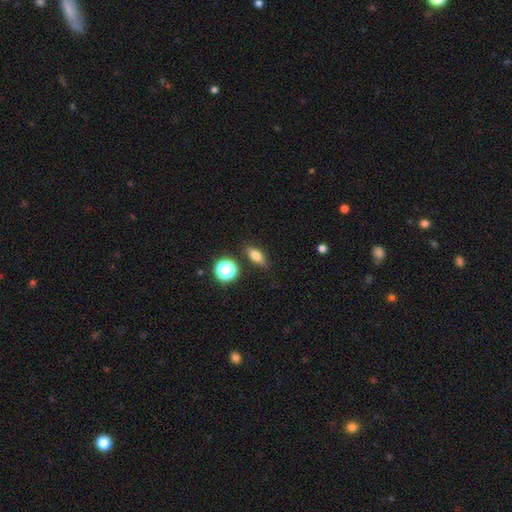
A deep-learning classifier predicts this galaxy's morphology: type=smooth (74%); roundness=in between (67%); merging=none (82%).